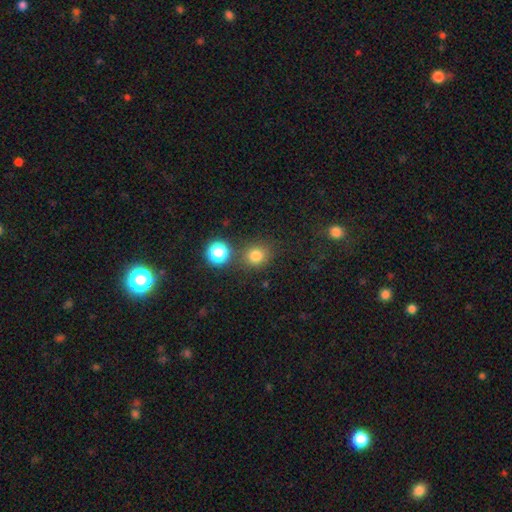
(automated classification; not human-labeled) Smooth or featured?
  - smooth: 77% *
  - star or artifact: 17%
  - featured or disk: 6%
How rounded?
  - round: 85% *
  - in between: 14%
  - cigar-shaped: 1%
Merging?
  - none: 76% *
  - merger: 10%
  - minor disturbance: 10%
  - major disturbance: 4%